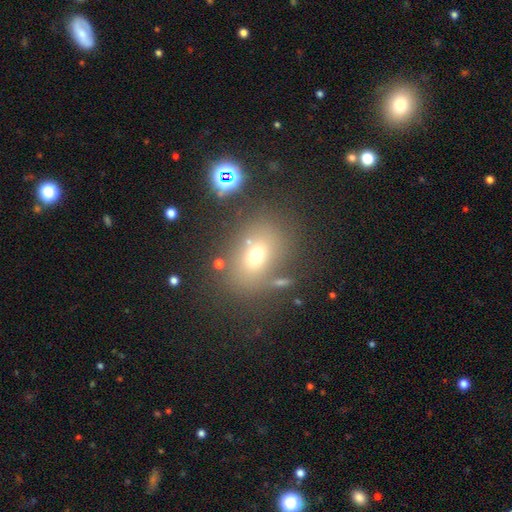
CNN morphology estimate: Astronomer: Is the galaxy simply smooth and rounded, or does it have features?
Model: smooth — 65%.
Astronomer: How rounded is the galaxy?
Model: in between — 60% (runner-up: round, 39%).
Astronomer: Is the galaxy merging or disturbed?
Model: none — 71%.